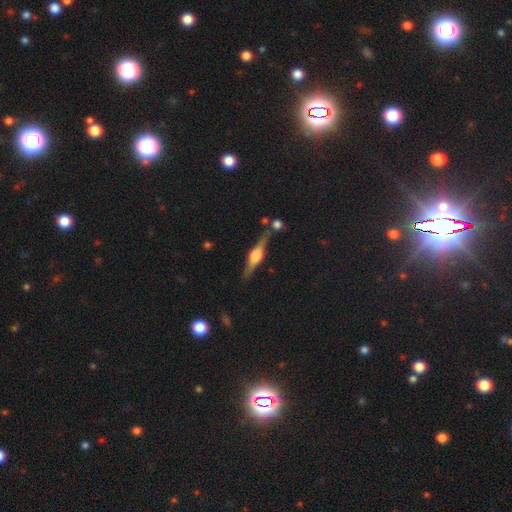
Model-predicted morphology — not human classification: This appears to be a featured or disk galaxy (76%) viewed edge-on (96%) with a rounded central bulge (89%). Merging: none (77%).